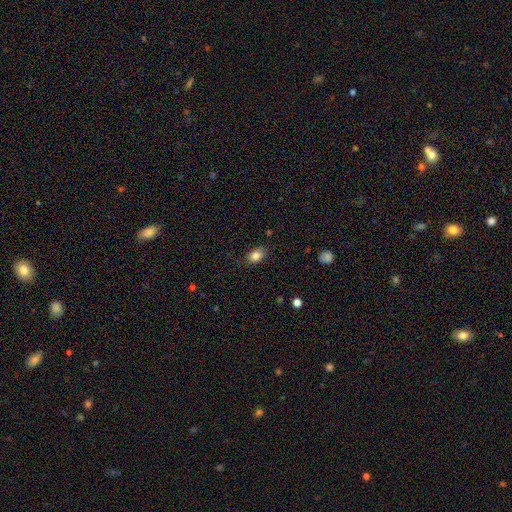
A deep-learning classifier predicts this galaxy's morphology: This is clearly a smooth galaxy (84%). How rounded: likely in between (78%). Merging: likely none (79%).